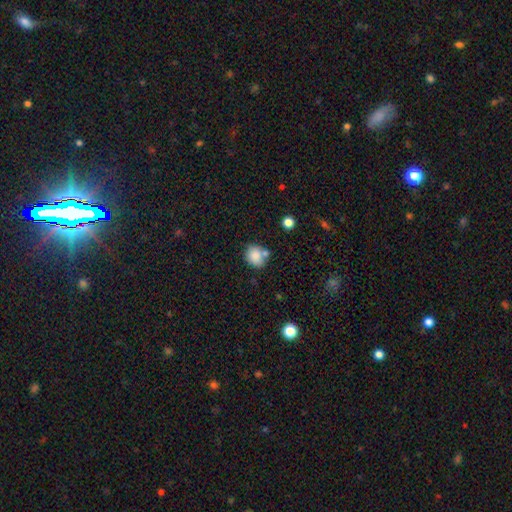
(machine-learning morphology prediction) A smooth galaxy with no disk features (84%) that is round (64%).

Vote fractions:
- Smooth or featured? smooth: 84% / star or artifact: 9% / featured or disk: 7%
- How rounded? round: 64% / in between: 35% / cigar-shaped: 1%
- Merging? none: 60% / merger: 19% / minor disturbance: 16% / major disturbance: 5%